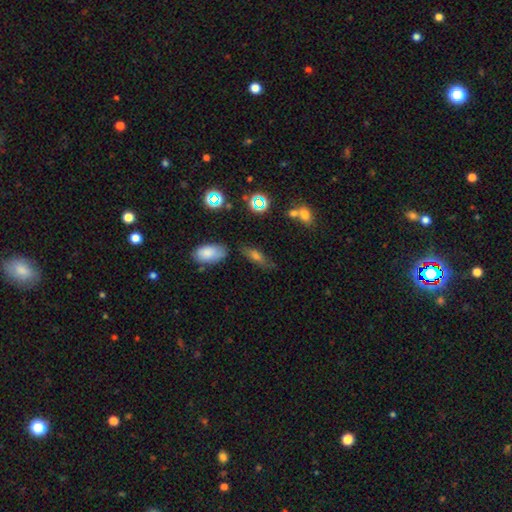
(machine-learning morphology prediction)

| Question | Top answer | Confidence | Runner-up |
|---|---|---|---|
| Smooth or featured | smooth | 59% | featured or disk (22%) |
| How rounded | in between | 61% | cigar-shaped (33%) |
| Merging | none | 62% | minor disturbance (22%) |